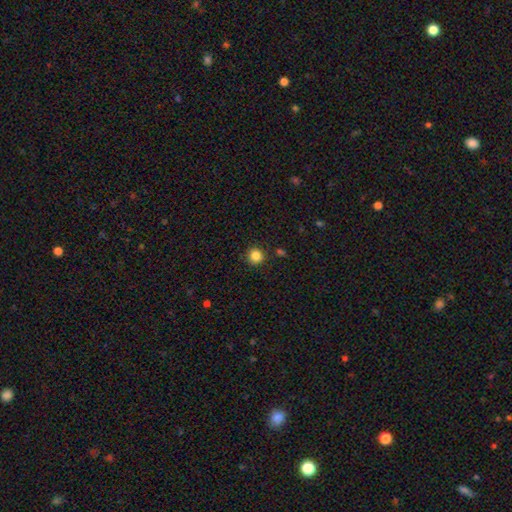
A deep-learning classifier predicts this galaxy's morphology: smooth 84%, star or artifact 11%, featured or disk 4%. Down the decision tree: how rounded — round (92%); merging — none (89%).